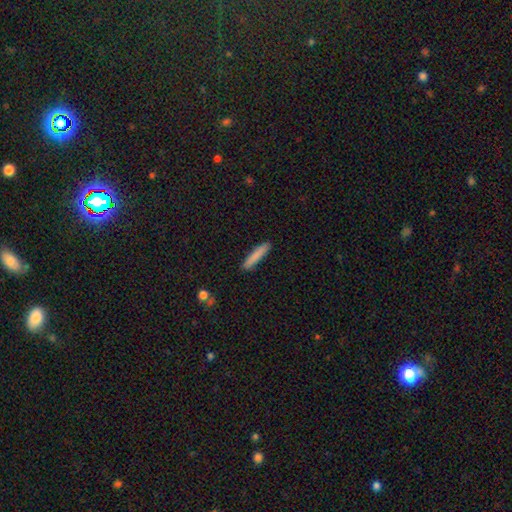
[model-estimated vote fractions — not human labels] smooth_or_featured: smooth (p=0.84) [alt: featured or disk p=0.10]
how_rounded: cigar-shaped (p=0.92) [alt: in between p=0.07]
merging: none (p=0.90) [alt: minor disturbance p=0.07]